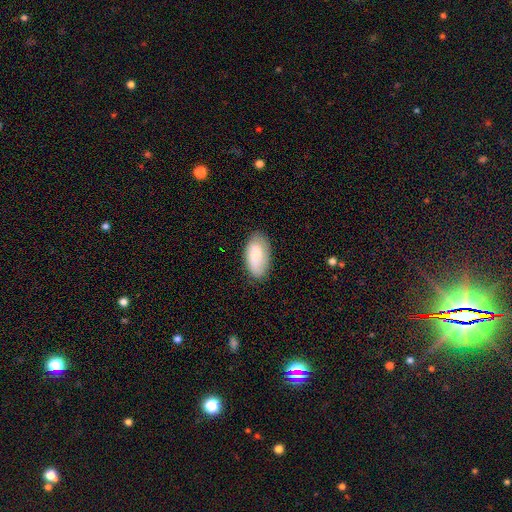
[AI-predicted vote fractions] Overall: smooth (77%). How rounded: in between (95%). Merging: none (80%).